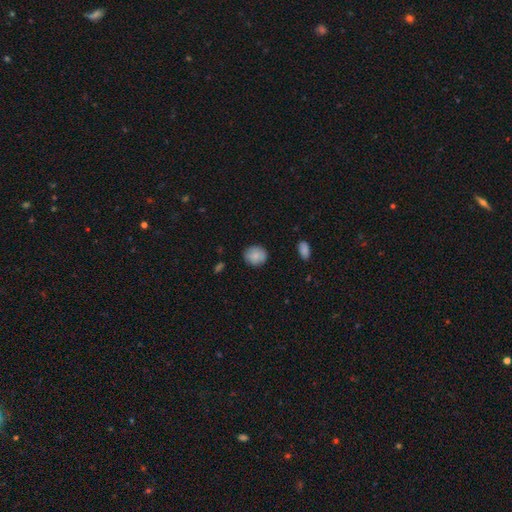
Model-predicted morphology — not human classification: Smooth or featured? Predicted: smooth (p=0.86). How rounded? Predicted: round (p=0.75). Merging? Predicted: none (p=0.85).